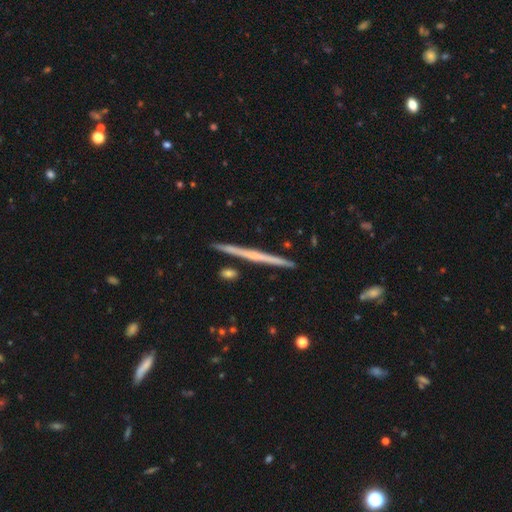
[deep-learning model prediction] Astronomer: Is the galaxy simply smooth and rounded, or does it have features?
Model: featured or disk — 66%.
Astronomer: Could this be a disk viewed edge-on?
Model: yes — 98%.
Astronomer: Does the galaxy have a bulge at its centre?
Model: none — 73%.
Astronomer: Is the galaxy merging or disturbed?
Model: none — 90%.